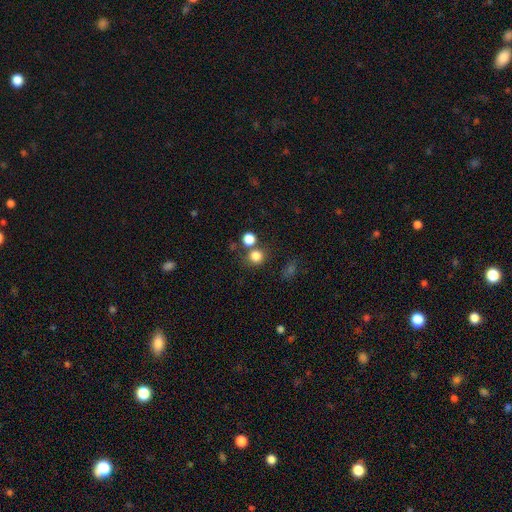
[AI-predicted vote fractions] Smooth or featured? smooth (79%)
How rounded? round (88%)
Merging? none (67%)